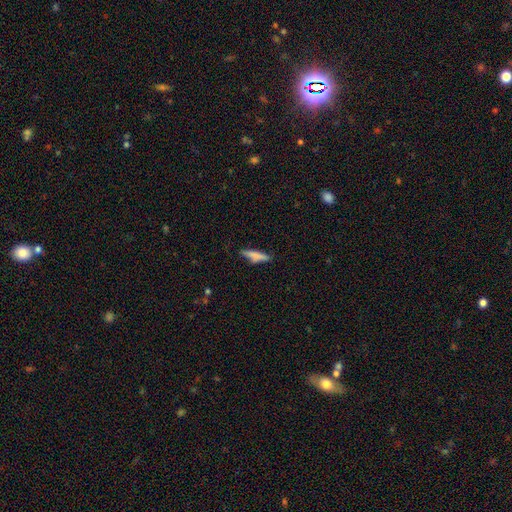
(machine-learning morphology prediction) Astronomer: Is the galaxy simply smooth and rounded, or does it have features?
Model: smooth — 76%.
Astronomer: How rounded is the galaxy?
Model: cigar-shaped — 81%.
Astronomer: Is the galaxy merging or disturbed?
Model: none — 75%.